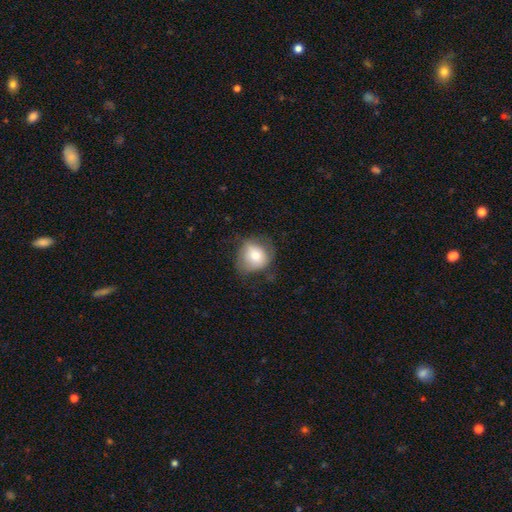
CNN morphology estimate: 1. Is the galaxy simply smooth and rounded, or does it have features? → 71% smooth, 20% featured or disk, 9% star or artifact.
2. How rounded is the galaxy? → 74% round, 25% in between, 1% cigar-shaped.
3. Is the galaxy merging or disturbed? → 52% none, 31% minor disturbance, 16% major disturbance, 2% merger.